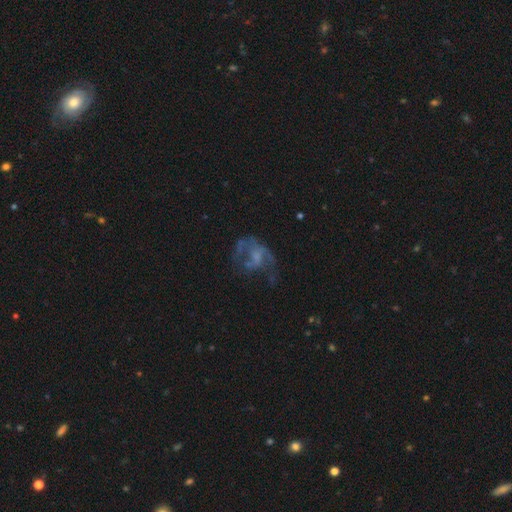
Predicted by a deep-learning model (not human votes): This is likely a featured or disk galaxy (65%). It is clearly not viewed edge-on (98%). Bar: likely no (67%). Spiral arm pattern: possibly yes (54%). Central bulge: possibly none (49%). Merging: marginally major disturbance (44%).